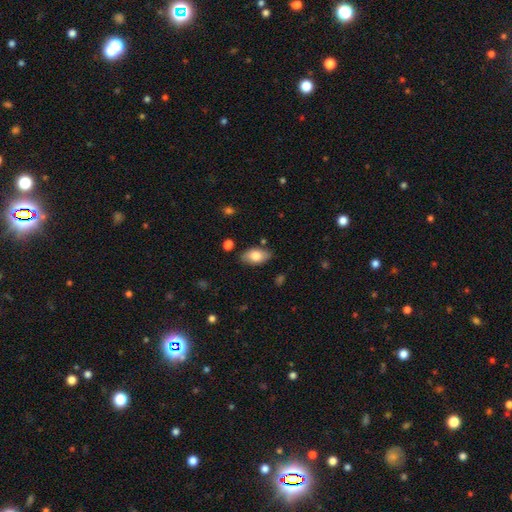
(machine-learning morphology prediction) A smooth galaxy with no disk features (78%) that is in between round and cigar-shaped (93%).

Vote fractions:
- Smooth or featured? smooth: 78% / featured or disk: 15% / star or artifact: 7%
- How rounded? in between: 93% / round: 5% / cigar-shaped: 2%
- Merging? none: 83% / minor disturbance: 12% / major disturbance: 2% / merger: 2%